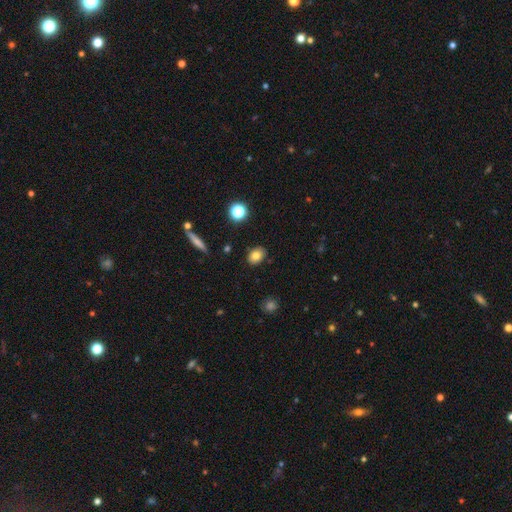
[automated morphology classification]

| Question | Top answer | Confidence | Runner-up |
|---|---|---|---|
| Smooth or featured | smooth | 79% | star or artifact (10%) |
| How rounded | in between | 71% | round (27%) |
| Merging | none | 85% | minor disturbance (11%) |